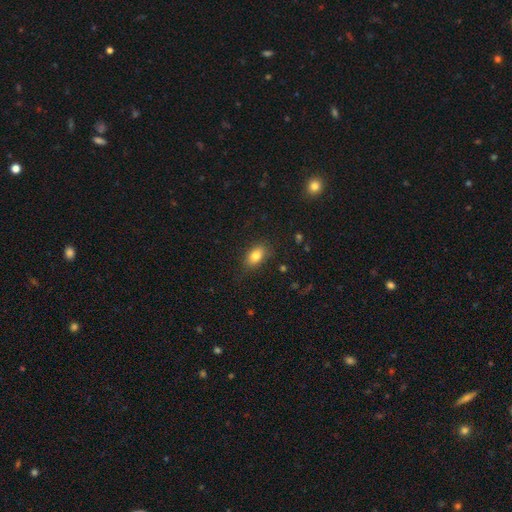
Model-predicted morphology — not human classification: The model was most divided on "merging": none: 82%, minor disturbance: 14%, major disturbance: 3%, merger: 1%. More confident: how rounded — in between (84%); smooth or featured — smooth (81%).